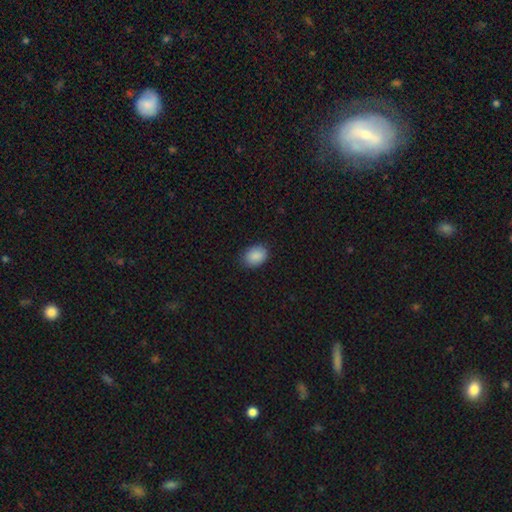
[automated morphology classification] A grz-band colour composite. It shows a smooth galaxy with no disk features (89%) that is in between round and cigar-shaped (70%). Merging: none (86%).